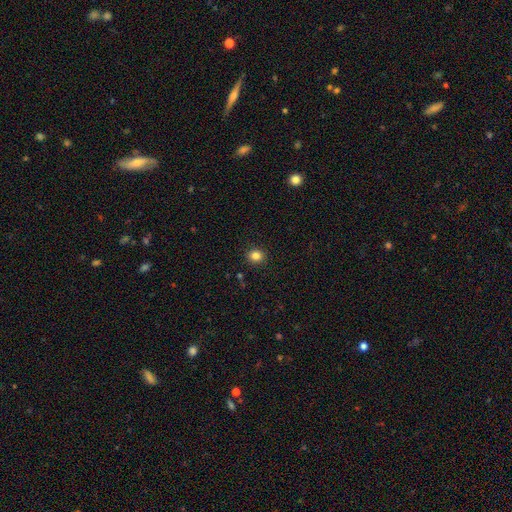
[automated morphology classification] A smooth galaxy with no disk features (83%) that is round (83%). Merging: none (91%).